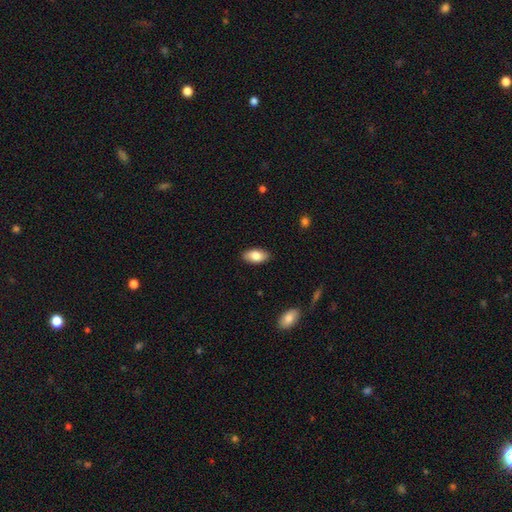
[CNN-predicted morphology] Smooth or featured? smooth (84%)
How rounded? in between (94%)
Merging? none (88%)